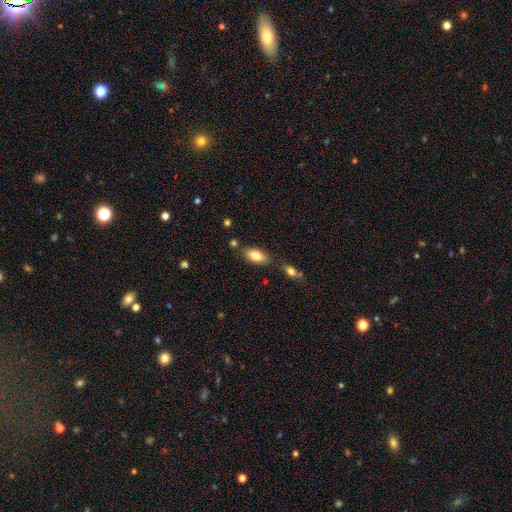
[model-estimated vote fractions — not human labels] smooth-or-featured: smooth: 82% | featured or disk: 11% | star or artifact: 7%
  how-rounded: in between: 90% | cigar-shaped: 7% | round: 3%
  merging: none: 74% | minor disturbance: 14% | merger: 9% | major disturbance: 3%